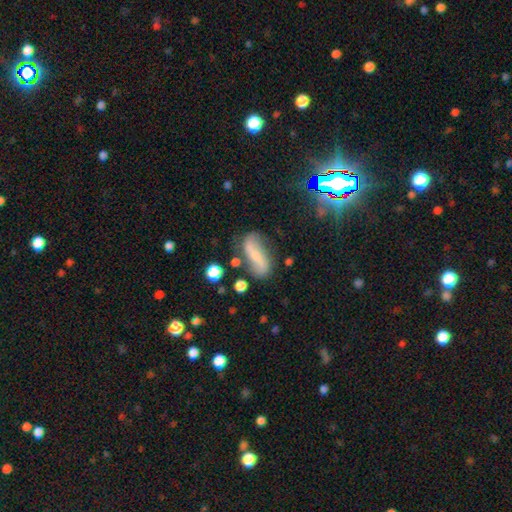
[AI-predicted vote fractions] smooth_or_featured: featured or disk (p=0.57) [alt: smooth p=0.32]
disk_edge_on: no (p=0.88) [alt: yes p=0.12]
bar: no (p=0.40) [alt: weak p=0.30]
has_spiral_arms: yes (p=0.83) [alt: no p=0.17]
bulge_size: small (p=0.56) [alt: moderate p=0.23]
merging: none (p=0.64) [alt: minor disturbance p=0.21]